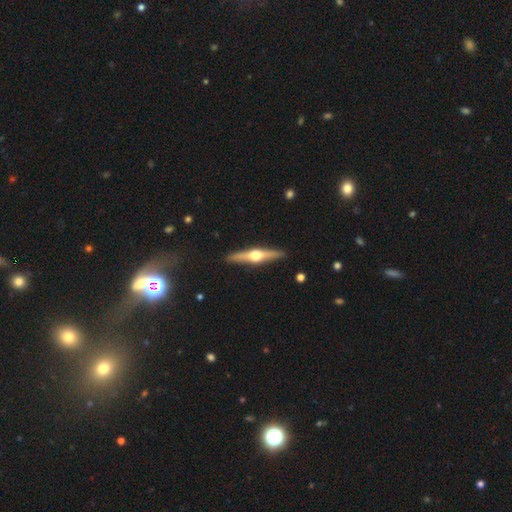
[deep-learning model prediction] featured or disk 74%, smooth 21%, star or artifact 5%. Down the decision tree: edge-on disk — yes (97%); edge-on bulge — rounded (96%); merging — none (91%).